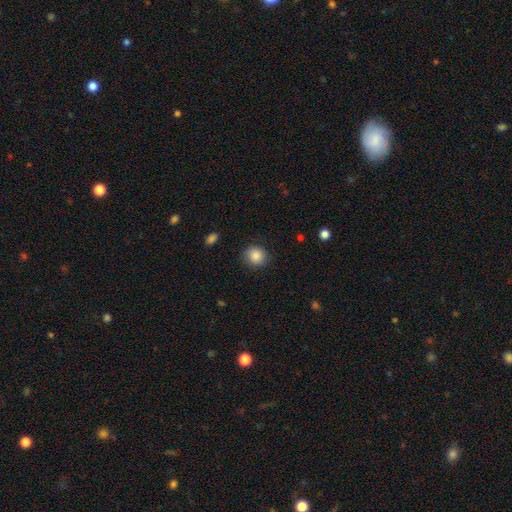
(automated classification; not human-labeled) Q: Smooth or featured?
A: smooth (87%); runner-up: star or artifact (9%)
Q: How rounded?
A: round (84%); runner-up: in between (15%)
Q: Merging?
A: none (86%); runner-up: minor disturbance (10%)